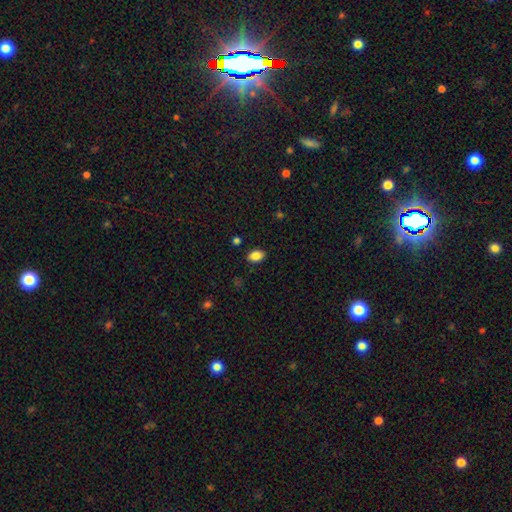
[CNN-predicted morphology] smooth_or_featured: smooth (p=0.87) [alt: star or artifact p=0.09]
how_rounded: in between (p=0.87) [alt: round p=0.12]
merging: none (p=0.87) [alt: minor disturbance p=0.09]